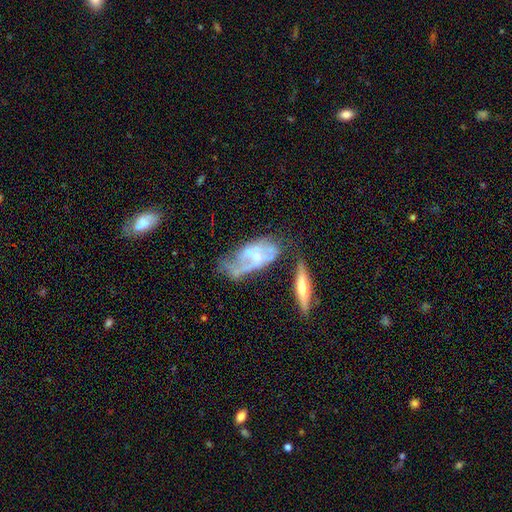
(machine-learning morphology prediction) This appears to be a featured or disk galaxy (69%) with no bar (68%), spiral arms (66%) and a small central bulge (64%). Merging: none (31%).